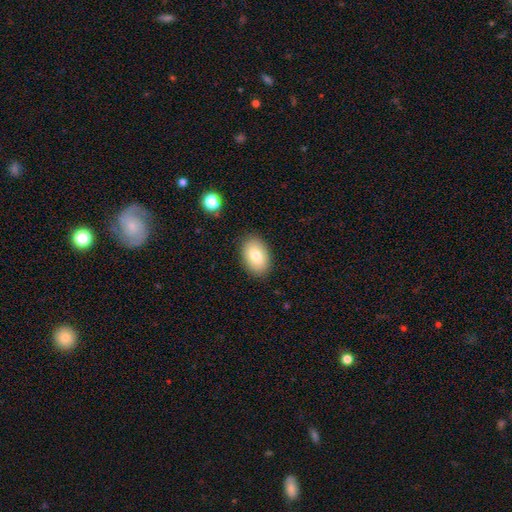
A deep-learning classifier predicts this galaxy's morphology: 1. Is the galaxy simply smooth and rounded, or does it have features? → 81% smooth, 12% featured or disk, 7% star or artifact.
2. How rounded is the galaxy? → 91% in between, 8% round, 1% cigar-shaped.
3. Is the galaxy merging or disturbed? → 87% none, 9% minor disturbance, 2% major disturbance, 1% merger.